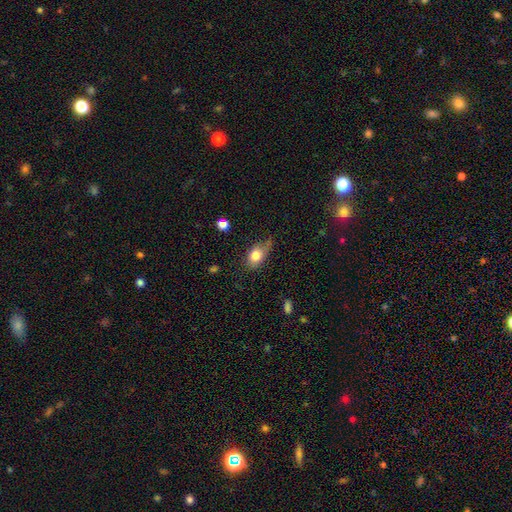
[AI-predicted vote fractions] This appears to be a smooth galaxy with no disk features (80%) that is in between round and cigar-shaped (76%). Merging: none (48%).